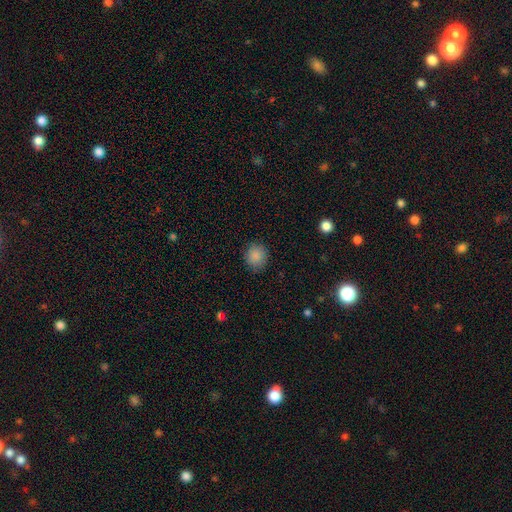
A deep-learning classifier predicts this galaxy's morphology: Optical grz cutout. It shows a smooth galaxy with no disk features (87%) that is round (83%). Merging: none (87%).